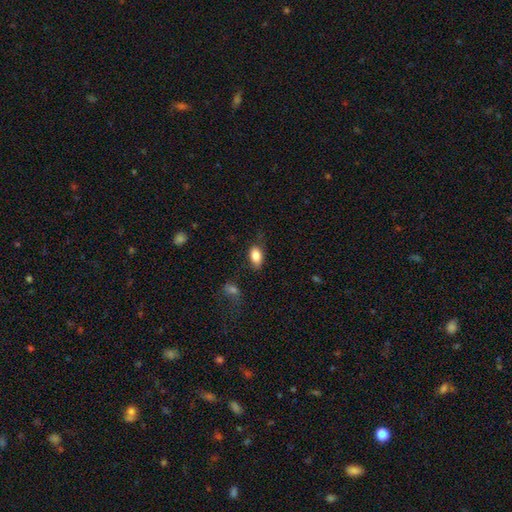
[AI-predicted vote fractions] This appears to be a smooth galaxy with no disk features (84%) that is in between round and cigar-shaped (91%). Merging: none (74%).